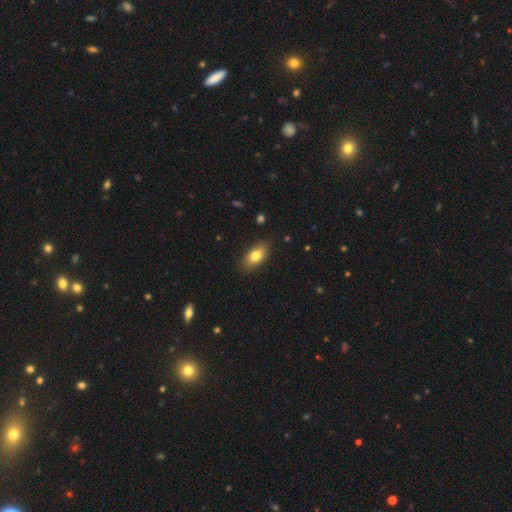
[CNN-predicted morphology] smooth_or_featured: smooth (p=0.80) [alt: featured or disk p=0.13]
how_rounded: in between (p=0.90) [alt: round p=0.05]
merging: none (p=0.85) [alt: minor disturbance p=0.12]